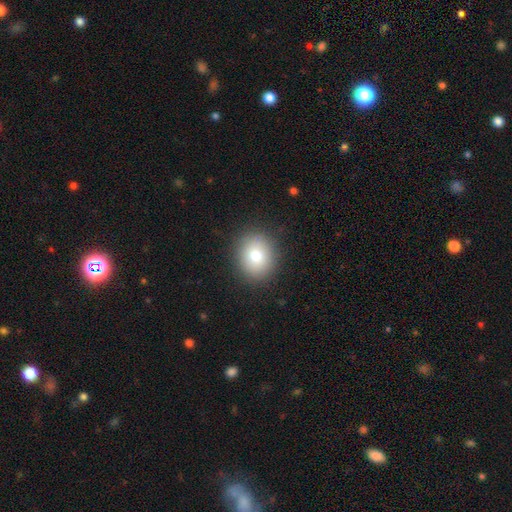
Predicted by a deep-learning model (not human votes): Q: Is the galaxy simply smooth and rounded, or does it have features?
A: smooth — 77%.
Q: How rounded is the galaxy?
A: round — 69%.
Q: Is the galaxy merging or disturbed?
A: none — 88%.